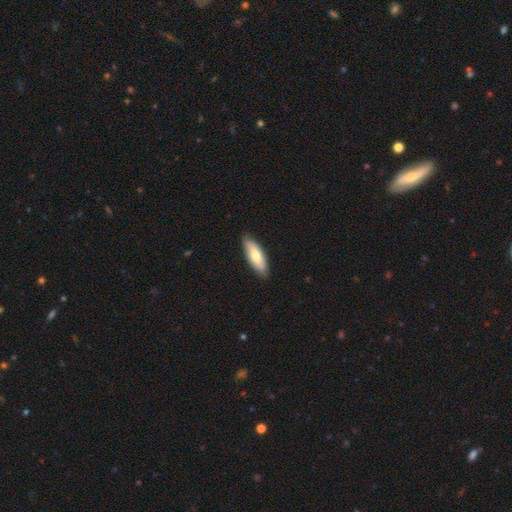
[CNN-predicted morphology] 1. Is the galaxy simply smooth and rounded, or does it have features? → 67% smooth, 28% featured or disk, 5% star or artifact.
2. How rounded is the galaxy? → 64% in between, 34% cigar-shaped, 2% round.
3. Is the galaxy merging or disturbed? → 86% none, 11% minor disturbance, 2% major disturbance, 1% merger.